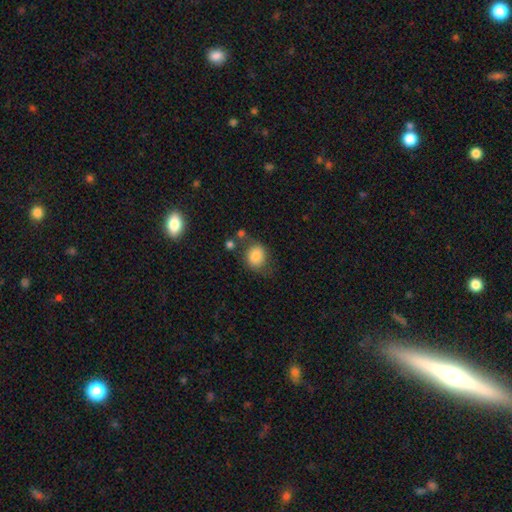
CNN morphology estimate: This is clearly a smooth galaxy (83%). How rounded: likely round (62%). Merging: possibly none (59%).